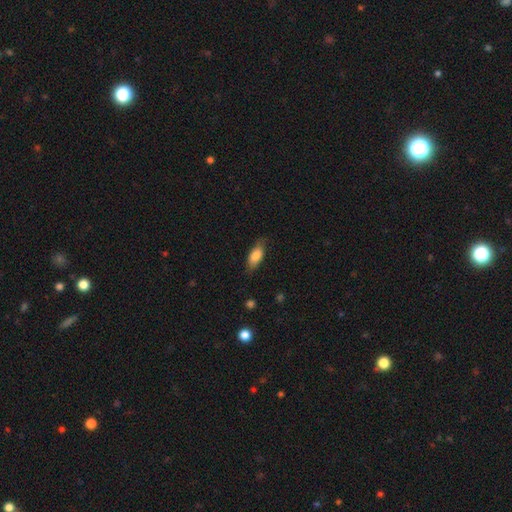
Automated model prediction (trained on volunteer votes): Overall: smooth (79%). How rounded: in between (78%). Merging: none (76%).